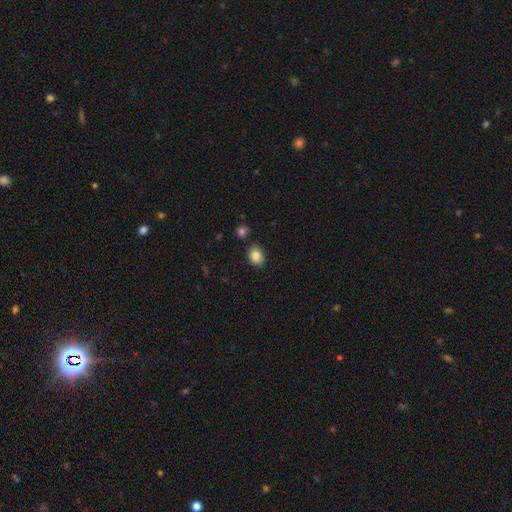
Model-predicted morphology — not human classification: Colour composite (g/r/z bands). It shows a smooth galaxy with no disk features (85%) that is in between round and cigar-shaped (68%). Merging: none (85%).